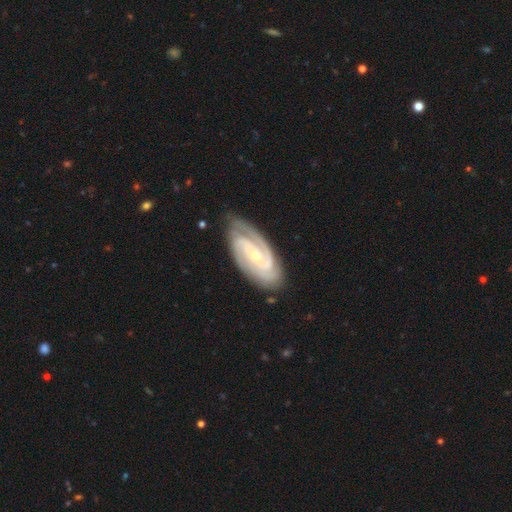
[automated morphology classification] featured or disk 89%, smooth 6%, star or artifact 5%. Down the decision tree: edge-on disk — no (95%); bar — no (50%); spiral arms — yes (98%); spiral arm count — 2 (44%); spiral winding — tight (64%); bulge size — small (70%); merging — none (78%).